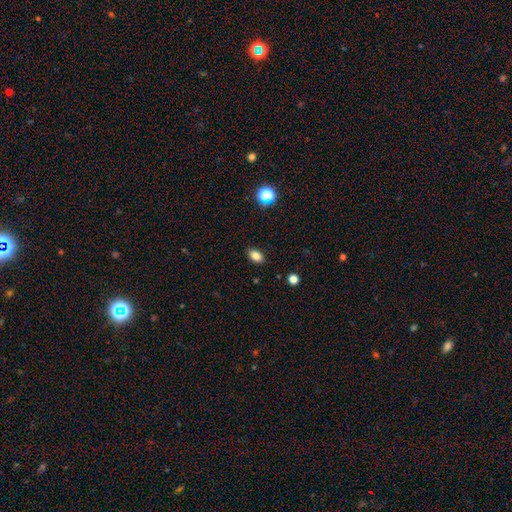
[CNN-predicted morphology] A smooth galaxy with no disk features (83%) that is in between round and cigar-shaped (84%). Merging: none (88%).